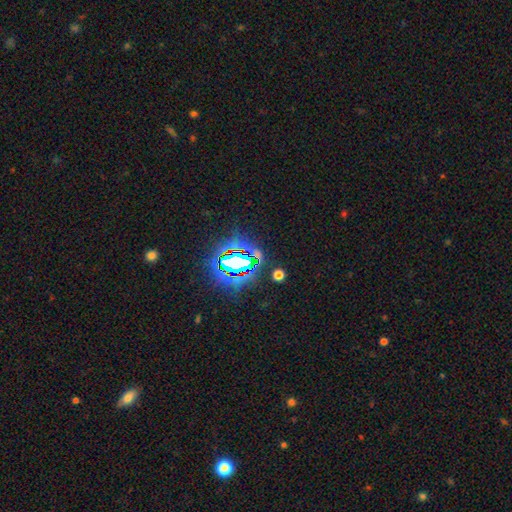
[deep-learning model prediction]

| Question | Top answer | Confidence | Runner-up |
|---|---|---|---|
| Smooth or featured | star or artifact | 74% | smooth (16%) |